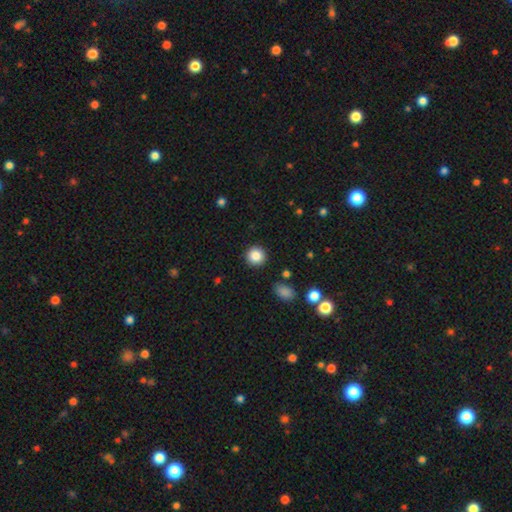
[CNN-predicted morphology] smooth 86%, star or artifact 9%, featured or disk 5%. Down the decision tree: how rounded — round (93%); merging — none (91%).